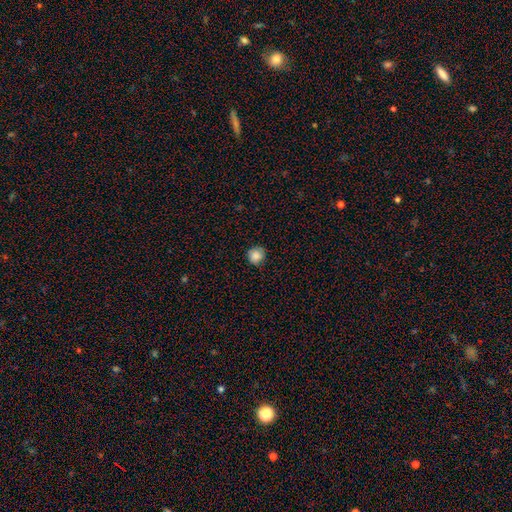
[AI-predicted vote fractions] Smooth or featured?
  - smooth: 83% *
  - star or artifact: 10%
  - featured or disk: 8%
How rounded?
  - round: 90% *
  - in between: 9%
  - cigar-shaped: 1%
Merging?
  - none: 80% *
  - minor disturbance: 16%
  - major disturbance: 3%
  - merger: 1%